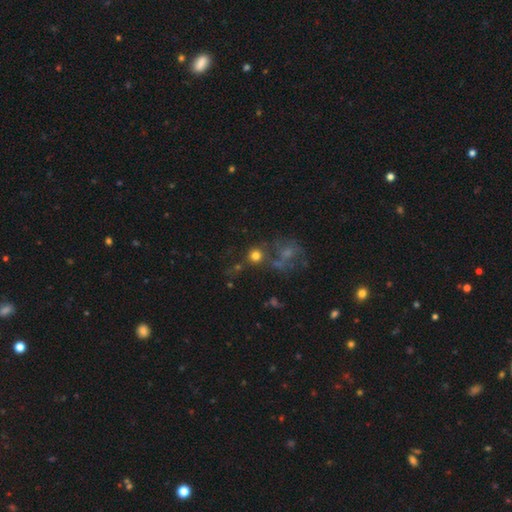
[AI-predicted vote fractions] smooth 72%, star or artifact 16%, featured or disk 12%. Down the decision tree: how rounded — round (90%); merging — none (63%).